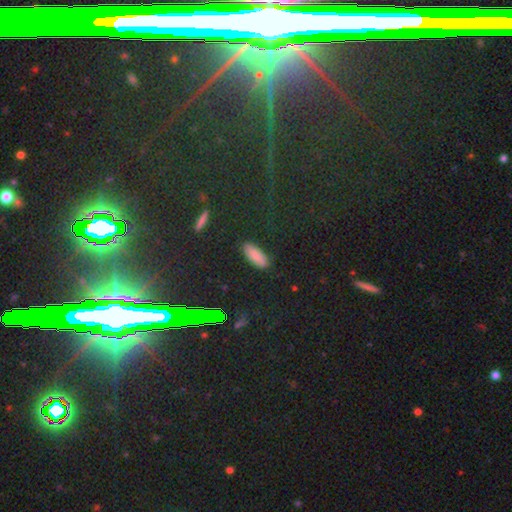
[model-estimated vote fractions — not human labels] Morphology: type=smooth (76%); roundness=in between (72%); merging=none (87%).